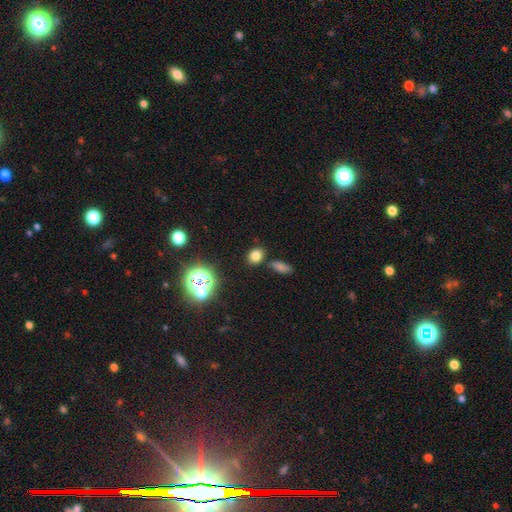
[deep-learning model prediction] Smooth or featured? smooth (74%)
How rounded? round (52%)
Merging? none (79%)